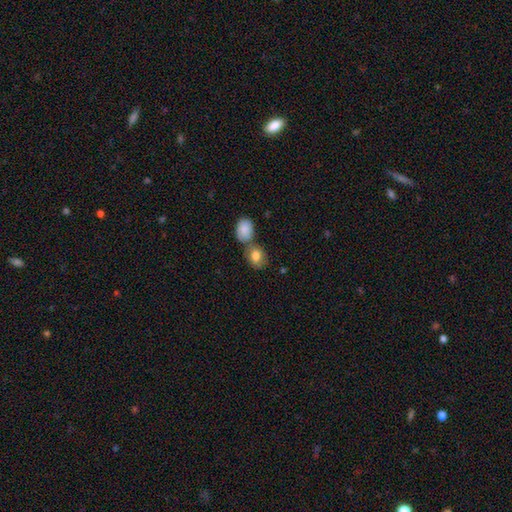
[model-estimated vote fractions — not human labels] A smooth galaxy with no disk features (83%) that is in between round and cigar-shaped (52%). Merging: none (48%).